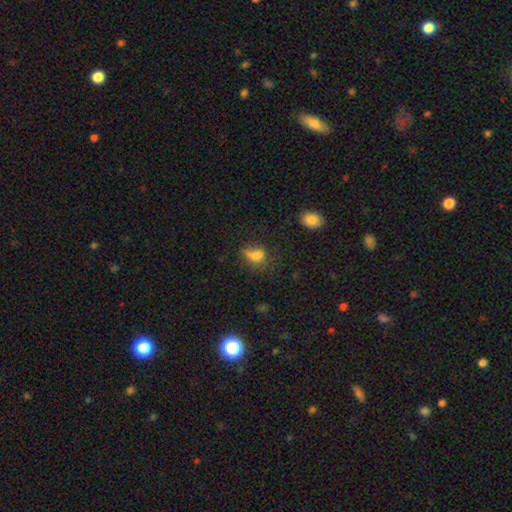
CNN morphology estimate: Smooth or featured? smooth (65%)
How rounded? in between (63%)
Merging? none (39%)